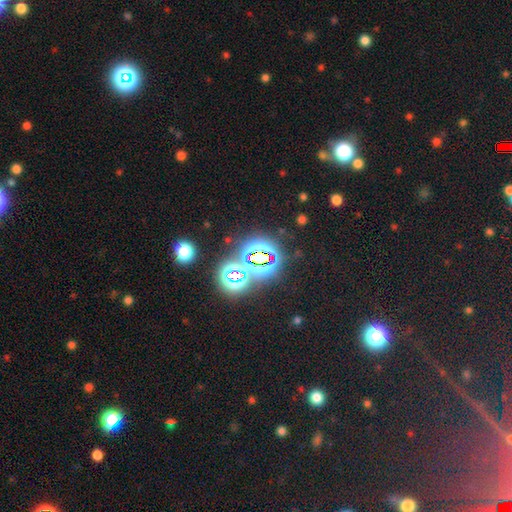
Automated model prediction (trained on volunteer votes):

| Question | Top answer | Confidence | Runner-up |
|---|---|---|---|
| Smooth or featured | star or artifact | 76% | smooth (15%) |